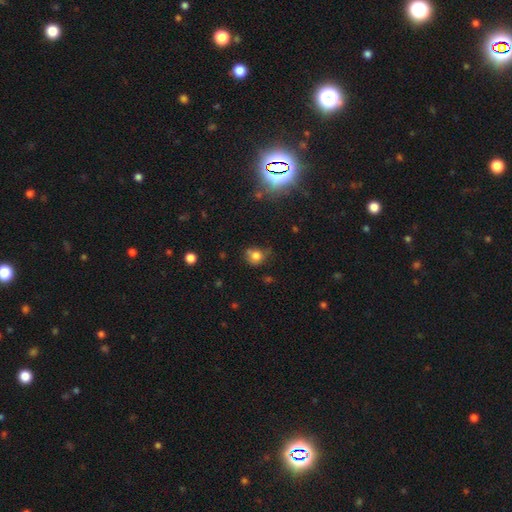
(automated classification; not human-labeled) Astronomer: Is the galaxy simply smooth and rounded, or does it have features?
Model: smooth — 76%.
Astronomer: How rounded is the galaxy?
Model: round — 72%.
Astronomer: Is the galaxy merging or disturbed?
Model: none — 53% (runner-up: minor disturbance, 28%).